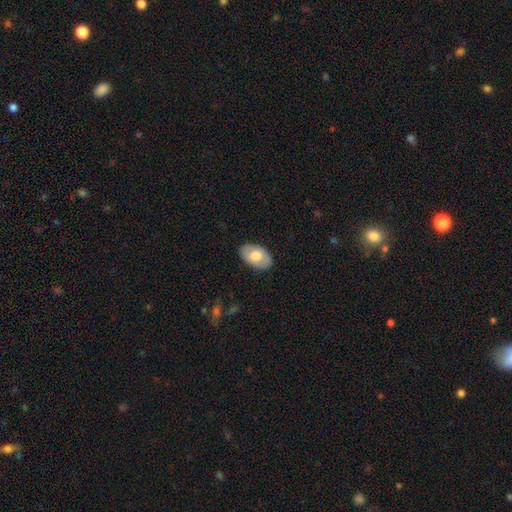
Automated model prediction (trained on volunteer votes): The model was most divided on "smooth or featured": smooth: 65%, featured or disk: 29%, star or artifact: 5%. More confident: how rounded — in between (91%); merging — none (85%).